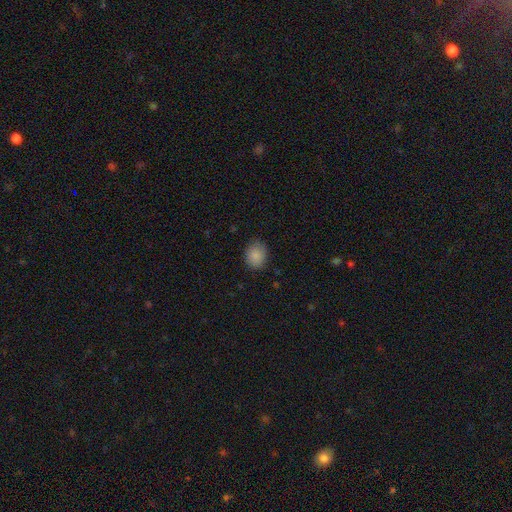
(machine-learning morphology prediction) Smooth or featured? Predicted: smooth (p=0.87). How rounded? Predicted: round (p=0.58). Merging? Predicted: none (p=0.84).